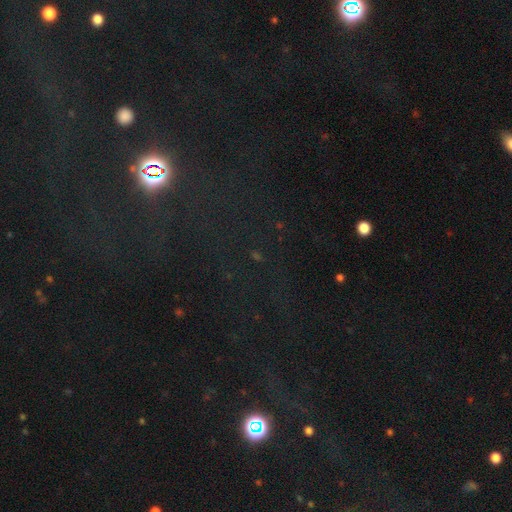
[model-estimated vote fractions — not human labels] Smooth or featured: star or artifact — 73% (smooth — 17%)